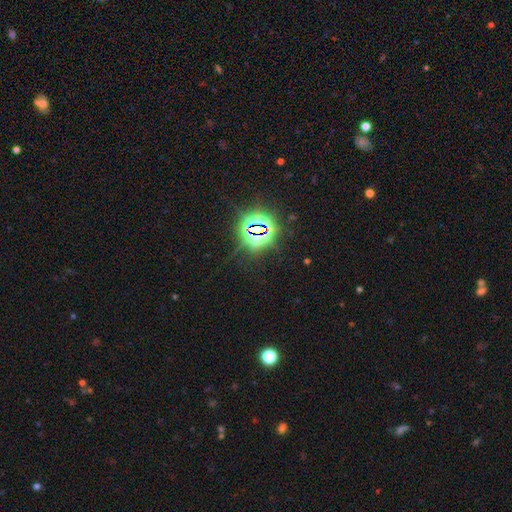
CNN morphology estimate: This is clearly a star or artifact rather than a galaxy (82%).